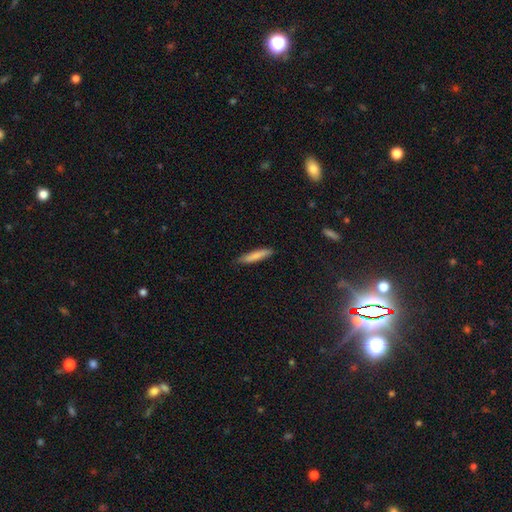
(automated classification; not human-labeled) smooth_or_featured: smooth (p=0.82) [alt: featured or disk p=0.13]
how_rounded: cigar-shaped (p=0.89) [alt: in between p=0.10]
merging: none (p=0.86) [alt: minor disturbance p=0.11]